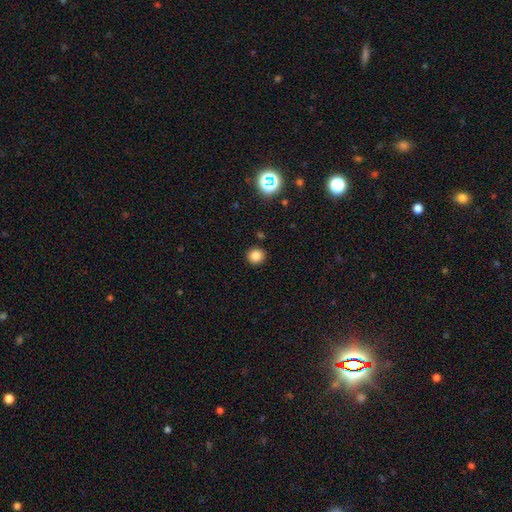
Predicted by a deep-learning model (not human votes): Smooth or featured? smooth (83%)
How rounded? round (92%)
Merging? none (91%)